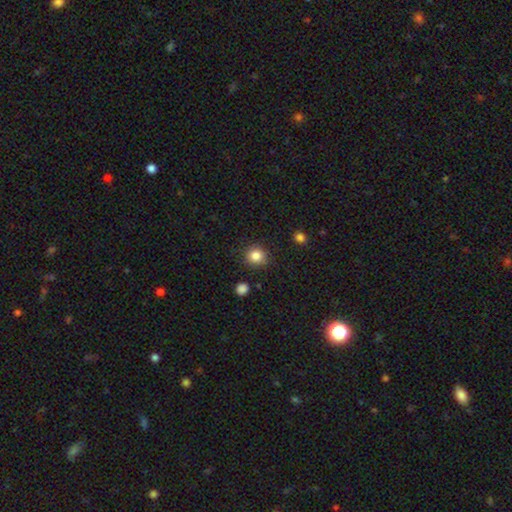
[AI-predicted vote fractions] A smooth galaxy with no disk features (85%) that is round (89%).

Vote fractions:
- Smooth or featured? smooth: 85% / star or artifact: 11% / featured or disk: 5%
- How rounded? round: 89% / in between: 10% / cigar-shaped: 1%
- Merging? none: 87% / minor disturbance: 8% / major disturbance: 2% / merger: 2%